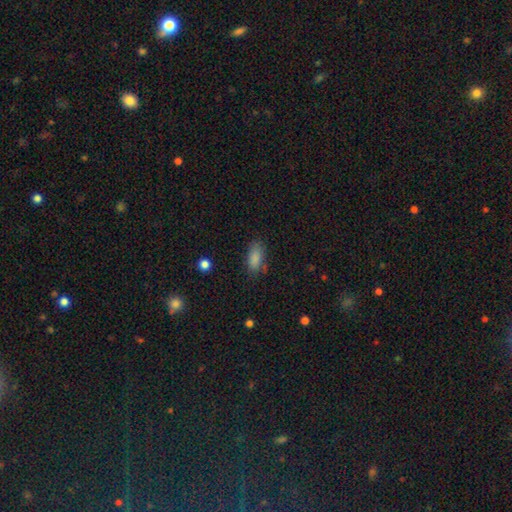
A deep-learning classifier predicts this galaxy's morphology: Smooth or featured? Predicted: smooth (p=0.83). How rounded? Predicted: in between (p=0.86). Merging? Predicted: none (p=0.74).